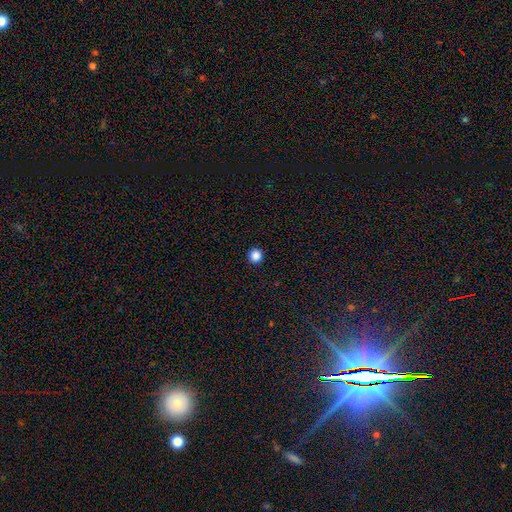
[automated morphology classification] This is clearly a smooth galaxy (86%). How rounded: clearly round (95%). Merging: clearly none (94%).